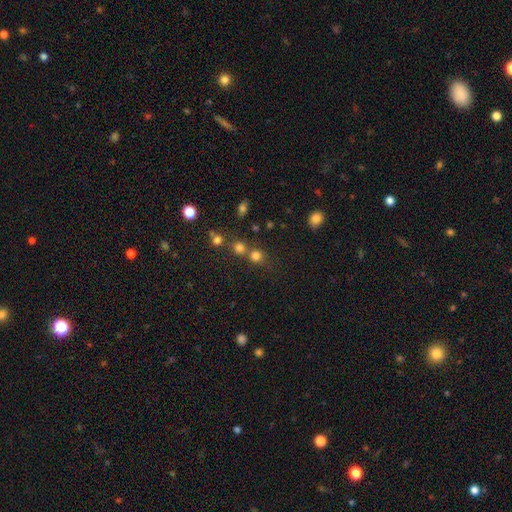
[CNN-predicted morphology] A smooth galaxy with no disk features (75%) that is round (87%).

Vote fractions:
- Smooth or featured? smooth: 75% / star or artifact: 18% / featured or disk: 7%
- How rounded? round: 87% / in between: 12% / cigar-shaped: 1%
- Merging? none: 58% / merger: 30% / minor disturbance: 8% / major disturbance: 4%